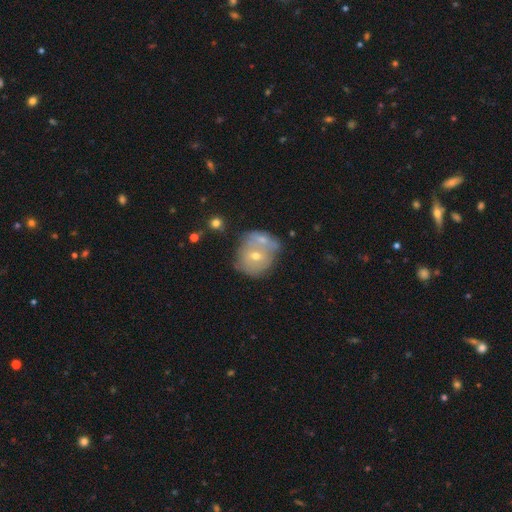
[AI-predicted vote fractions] The model was most divided on "smooth or featured": featured or disk: 45%, smooth: 43%, star or artifact: 11%. Remaining: merging — merger (50%).